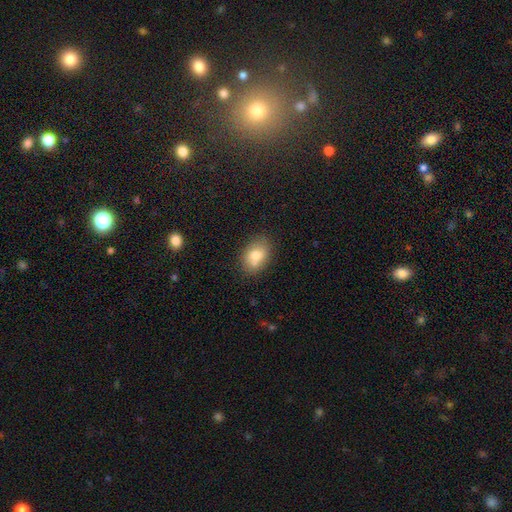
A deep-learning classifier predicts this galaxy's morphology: Smooth or featured? Predicted: smooth (p=0.74). How rounded? Predicted: in between (p=0.76). Merging? Predicted: none (p=0.66).